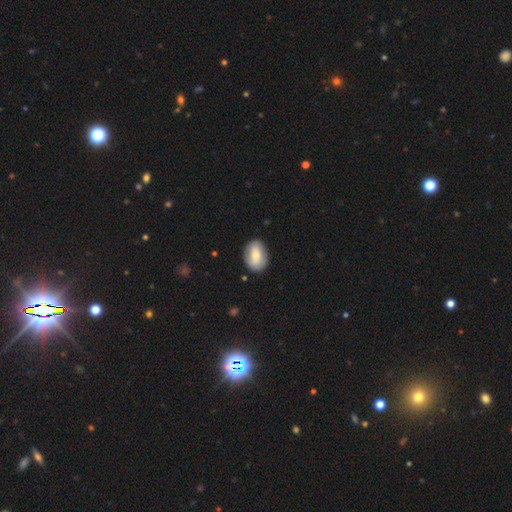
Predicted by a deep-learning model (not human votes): Q: Smooth or featured?
A: smooth (65%); runner-up: featured or disk (29%)
Q: How rounded?
A: in between (79%); runner-up: round (20%)
Q: Merging?
A: none (83%); runner-up: minor disturbance (13%)